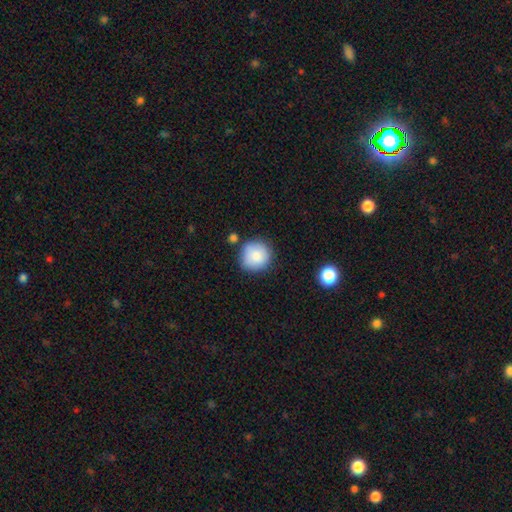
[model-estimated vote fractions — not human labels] The model was most divided on "merging": none: 75%, minor disturbance: 15%, merger: 6%, major disturbance: 4%. More confident: how rounded — round (91%); smooth or featured — smooth (85%).